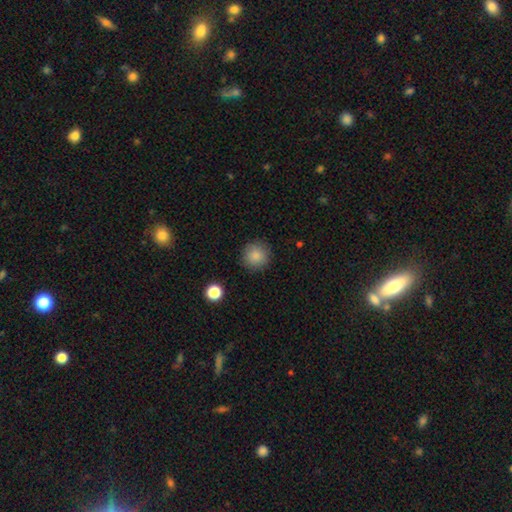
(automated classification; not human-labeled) Smooth or featured: smooth — 86% (star or artifact — 10%)
How rounded: round — 94% (in between — 5%)
Merging: none — 89% (minor disturbance — 7%)